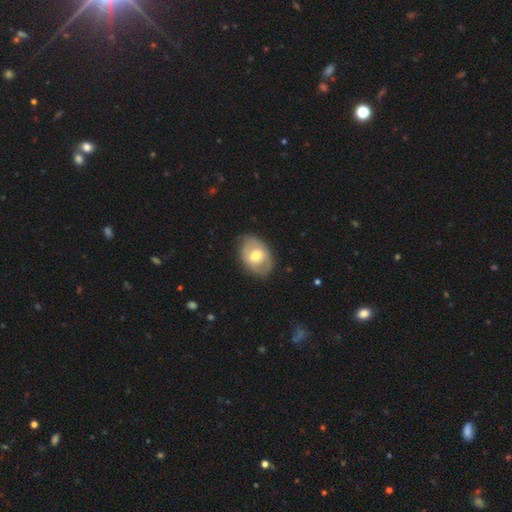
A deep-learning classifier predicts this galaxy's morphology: smooth 49%, featured or disk 46%, star or artifact 6%. Down the decision tree: merging — none (77%).